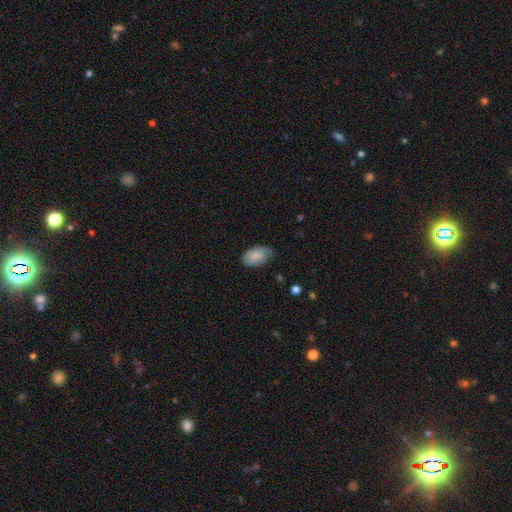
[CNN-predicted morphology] A smooth galaxy with no disk features (85%) that is in between round and cigar-shaped (92%).

Vote fractions:
- Smooth or featured? smooth: 85% / featured or disk: 8% / star or artifact: 6%
- How rounded? in between: 92% / round: 7% / cigar-shaped: 1%
- Merging? none: 69% / minor disturbance: 25% / major disturbance: 4% / merger: 1%